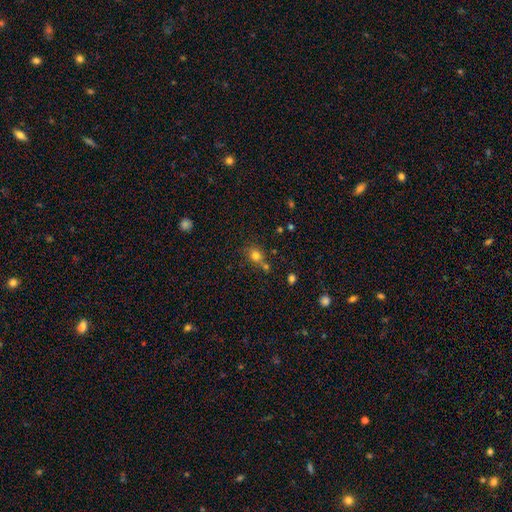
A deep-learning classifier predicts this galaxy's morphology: smooth_or_featured: smooth (p=0.76) [alt: star or artifact p=0.15]
how_rounded: round (p=0.76) [alt: in between p=0.23]
merging: none (p=0.59) [alt: merger p=0.23]